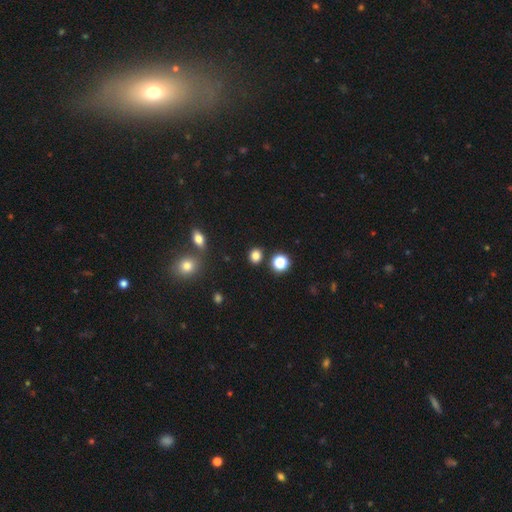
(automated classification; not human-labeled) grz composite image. It shows a smooth galaxy with no disk features (82%) that is round (72%). Merging: none (84%).